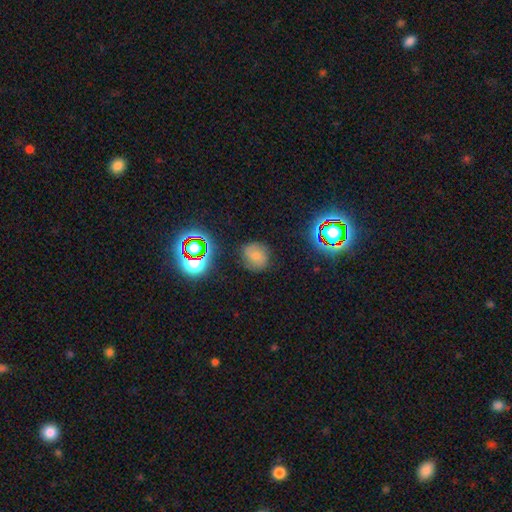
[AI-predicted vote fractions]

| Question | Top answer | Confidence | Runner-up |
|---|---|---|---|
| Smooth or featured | smooth | 63% | star or artifact (20%) |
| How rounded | round | 77% | in between (22%) |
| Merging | none | 79% | minor disturbance (14%) |